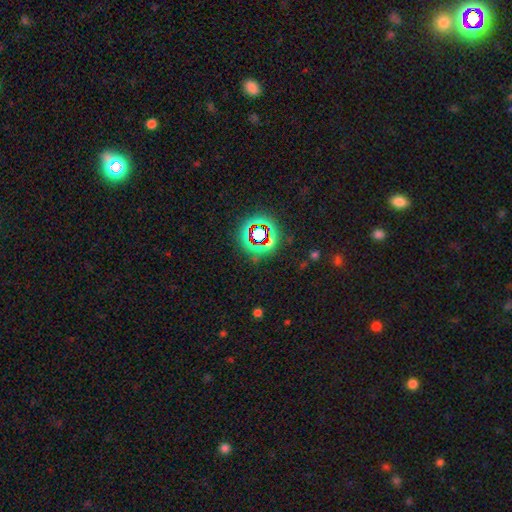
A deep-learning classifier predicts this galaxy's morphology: Overall: star or artifact (75%).